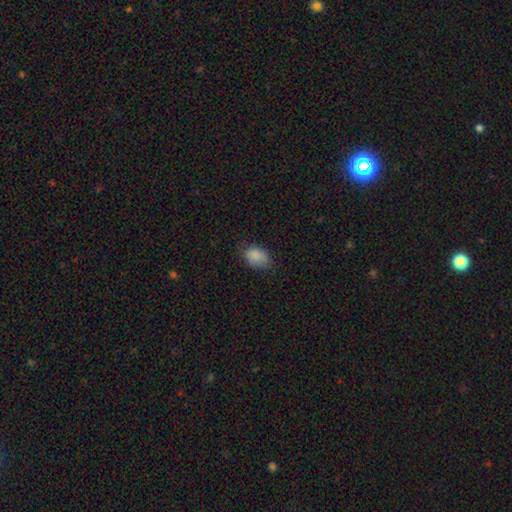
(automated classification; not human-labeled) Smooth or featured? smooth (86%)
How rounded? in between (77%)
Merging? none (68%)